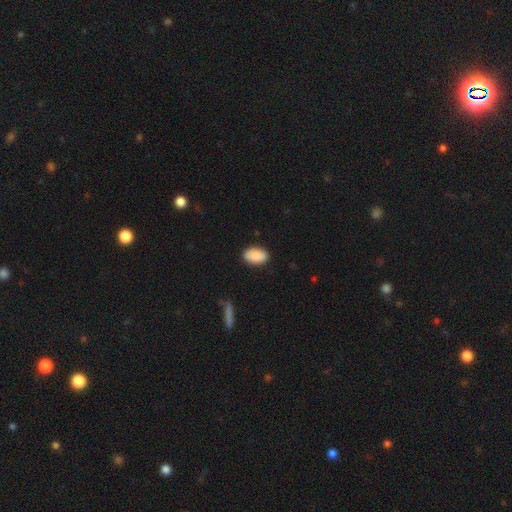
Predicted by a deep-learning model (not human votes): The model was most divided on "merging": none: 87%, minor disturbance: 10%, major disturbance: 2%, merger: 1%. More confident: how rounded — in between (92%); smooth or featured — smooth (87%).